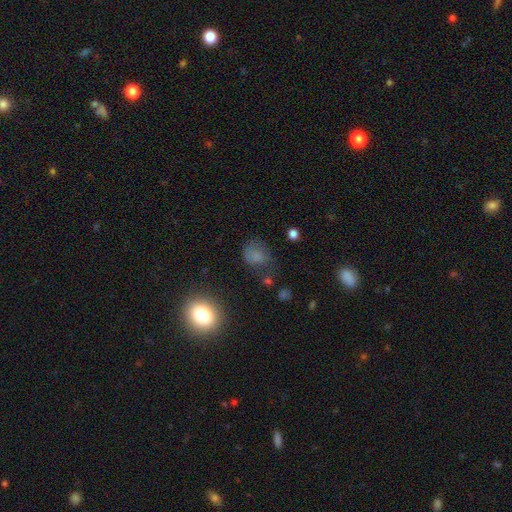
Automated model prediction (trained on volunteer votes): Overall: smooth (70%). How rounded: round (56%; in between 42%). Merging: none (55%; minor disturbance 25%).